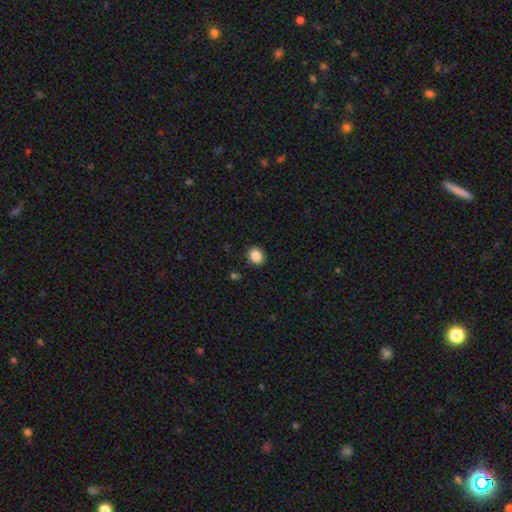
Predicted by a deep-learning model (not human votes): A smooth galaxy with no disk features (87%) that is round (72%). Merging: none (89%).